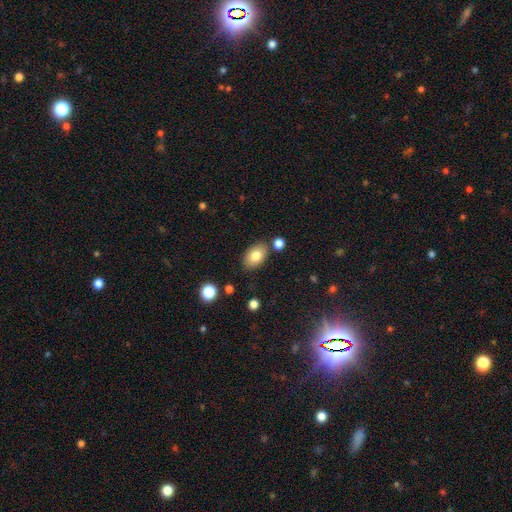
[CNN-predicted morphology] Q: Smooth or featured?
A: smooth (80%); runner-up: featured or disk (11%)
Q: How rounded?
A: in between (87%); runner-up: round (12%)
Q: Merging?
A: none (81%); runner-up: minor disturbance (11%)